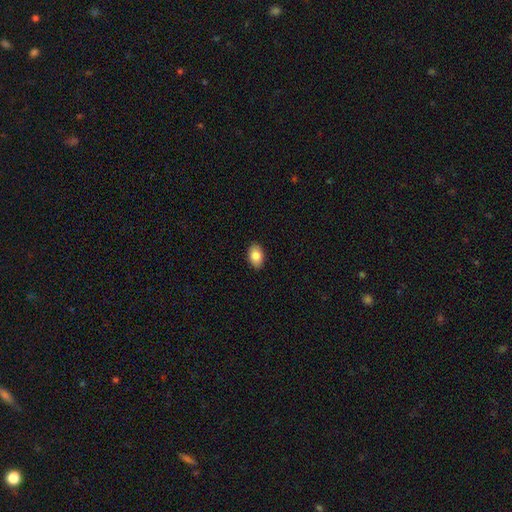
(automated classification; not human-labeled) Smooth or featured? Predicted: smooth (p=0.86). How rounded? Predicted: in between (p=0.88). Merging? Predicted: none (p=0.89).